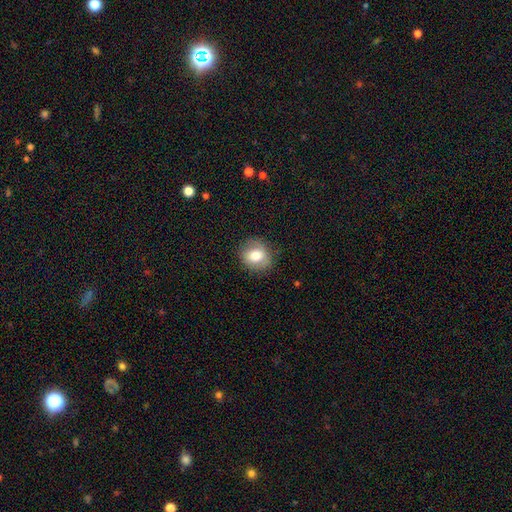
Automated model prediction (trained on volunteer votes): smooth_or_featured: smooth (p=0.73) [alt: featured or disk p=0.18]
how_rounded: round (p=0.72) [alt: in between p=0.27]
merging: none (p=0.83) [alt: minor disturbance p=0.12]